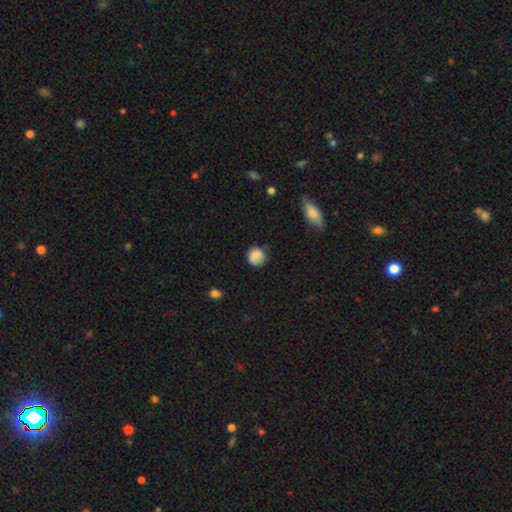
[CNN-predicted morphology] type=smooth (83%); roundness=round (86%); merging=none (68%).